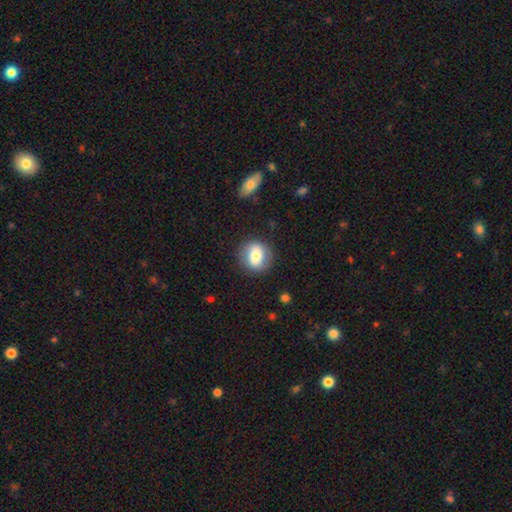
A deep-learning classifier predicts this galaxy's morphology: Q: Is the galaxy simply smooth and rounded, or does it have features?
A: smooth — 69%.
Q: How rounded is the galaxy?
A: round — 72%.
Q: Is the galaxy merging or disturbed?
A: none — 84%.